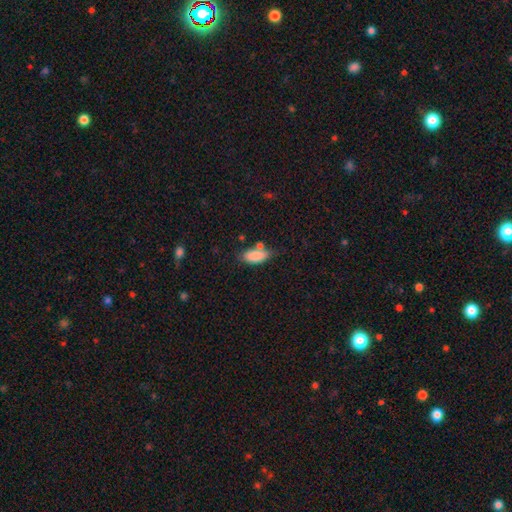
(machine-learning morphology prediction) This appears to be a smooth galaxy with no disk features (85%) that is in between round and cigar-shaped (83%). Merging: none (56%).